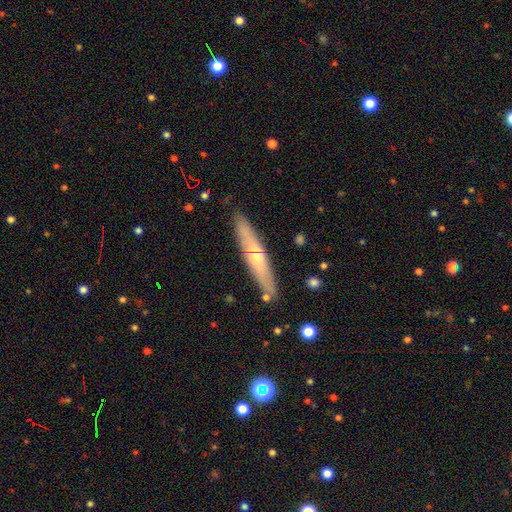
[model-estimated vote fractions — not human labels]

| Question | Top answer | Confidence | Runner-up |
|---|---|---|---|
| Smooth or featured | featured or disk | 55% | smooth (38%) |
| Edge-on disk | yes | 83% | no (17%) |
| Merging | none | 87% | minor disturbance (9%) |